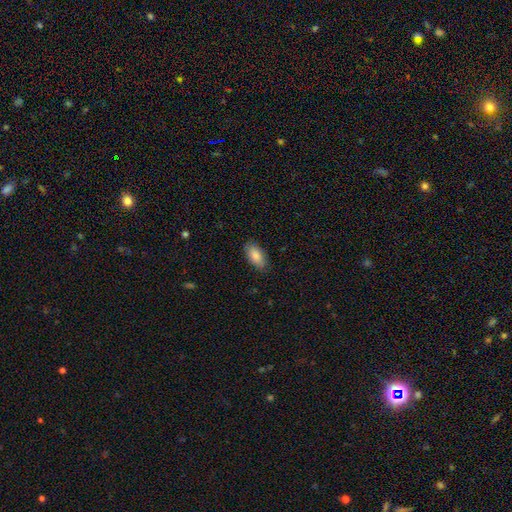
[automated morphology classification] Smooth or featured?
  - smooth: 87% *
  - featured or disk: 7%
  - star or artifact: 6%
How rounded?
  - in between: 92% *
  - cigar-shaped: 5%
  - round: 2%
Merging?
  - none: 86% *
  - minor disturbance: 10%
  - major disturbance: 2%
  - merger: 1%